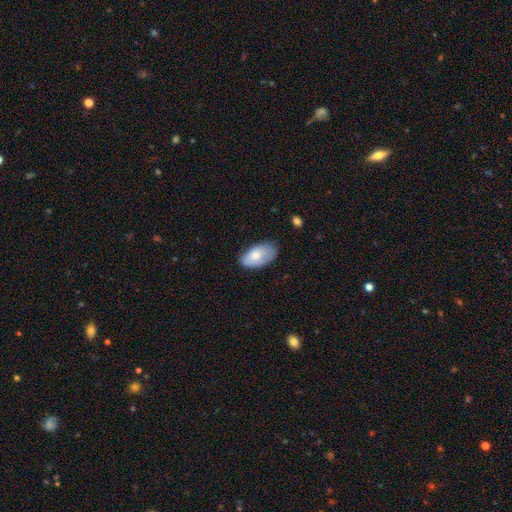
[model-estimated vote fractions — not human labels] This is likely a smooth galaxy (75%). How rounded: clearly in between (95%). Merging: likely none (65%).